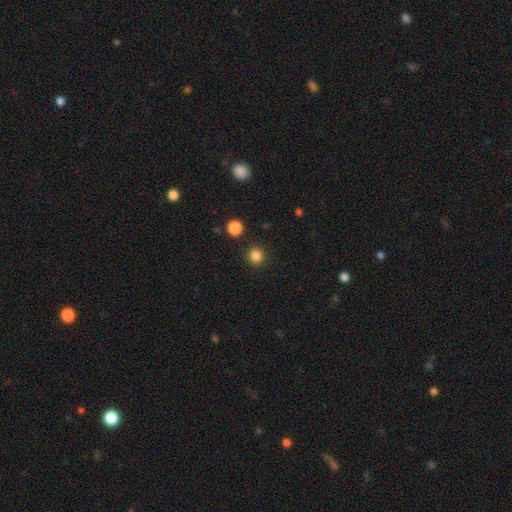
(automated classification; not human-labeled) Smooth or featured: smooth — 84% (star or artifact — 13%)
How rounded: round — 92% (in between — 8%)
Merging: none — 90% (minor disturbance — 6%)